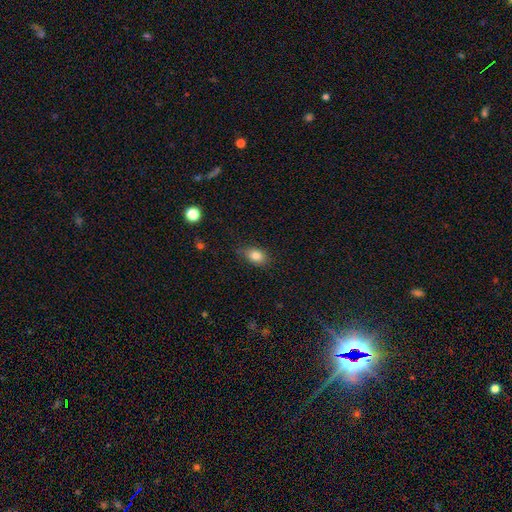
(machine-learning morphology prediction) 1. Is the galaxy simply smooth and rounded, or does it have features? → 83% smooth, 9% star or artifact, 7% featured or disk.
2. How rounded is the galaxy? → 79% in between, 19% round, 2% cigar-shaped.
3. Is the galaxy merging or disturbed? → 79% none, 17% minor disturbance, 3% major disturbance, 1% merger.